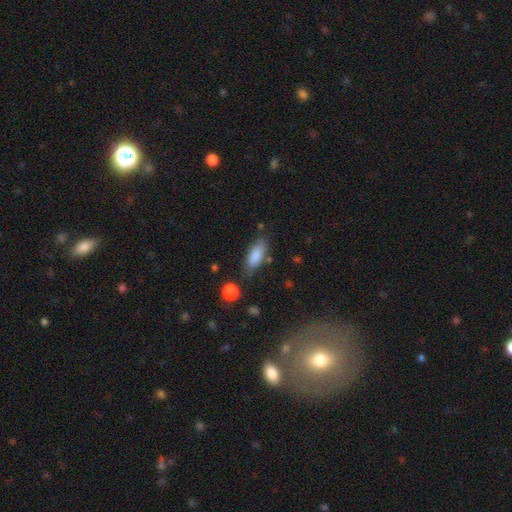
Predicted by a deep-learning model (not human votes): A smooth galaxy with no disk features (85%) that is in between round and cigar-shaped (76%). Merging: none (74%).